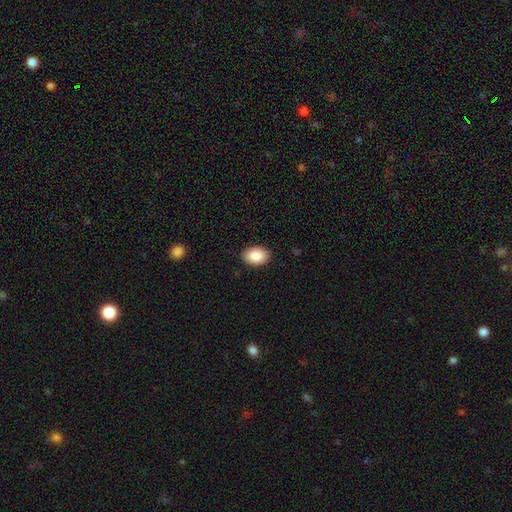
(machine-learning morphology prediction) The model was most divided on "how rounded": in between: 85%, round: 14%, cigar-shaped: 1%. More confident: merging — none (89%); smooth or featured — smooth (87%).